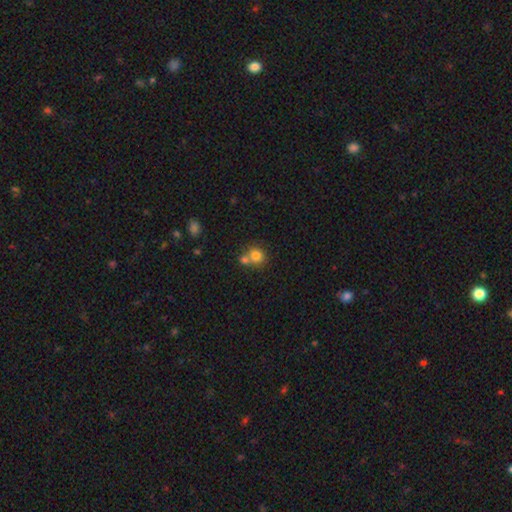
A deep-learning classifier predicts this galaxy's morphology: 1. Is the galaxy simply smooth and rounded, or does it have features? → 79% smooth, 11% star or artifact, 11% featured or disk.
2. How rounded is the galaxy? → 82% round, 17% in between, 1% cigar-shaped.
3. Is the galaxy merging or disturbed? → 45% none, 44% merger, 8% minor disturbance, 3% major disturbance.